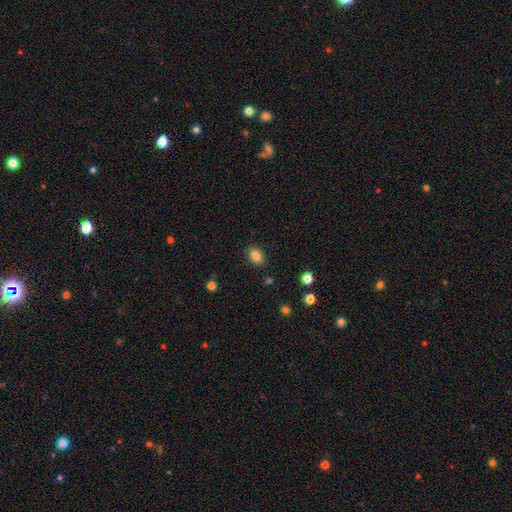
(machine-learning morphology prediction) The model was most divided on "how rounded": in between: 78%, round: 20%, cigar-shaped: 1%. More confident: merging — none (87%); smooth or featured — smooth (85%).